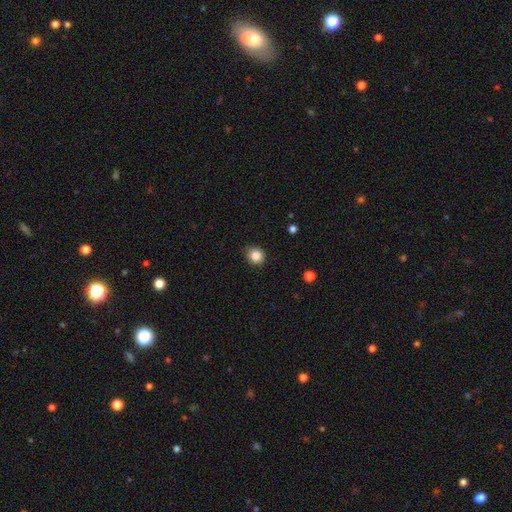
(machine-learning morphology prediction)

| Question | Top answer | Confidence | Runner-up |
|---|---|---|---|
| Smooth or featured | smooth | 86% | star or artifact (10%) |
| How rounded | round | 81% | in between (18%) |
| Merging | none | 85% | minor disturbance (11%) |